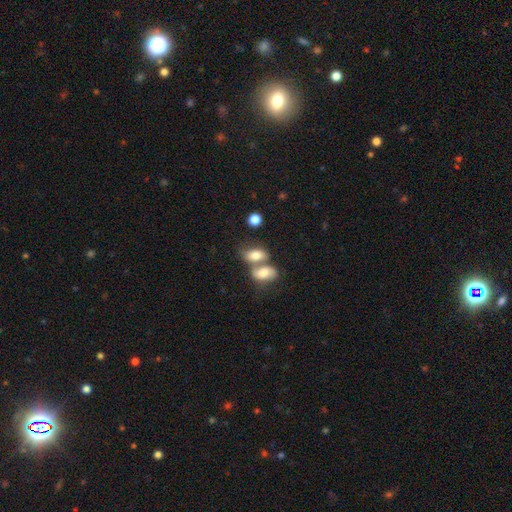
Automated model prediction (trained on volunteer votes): A smooth galaxy with no disk features (76%) that is in between round and cigar-shaped (87%).

Vote fractions:
- Smooth or featured? smooth: 76% / featured or disk: 16% / star or artifact: 8%
- How rounded? in between: 87% / round: 9% / cigar-shaped: 4%
- Merging? merger: 61% / none: 25% / minor disturbance: 9% / major disturbance: 5%